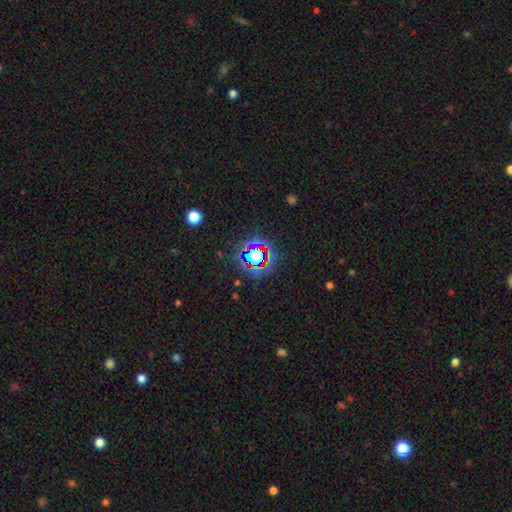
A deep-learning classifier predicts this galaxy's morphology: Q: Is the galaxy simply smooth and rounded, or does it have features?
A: star or artifact — 67%.